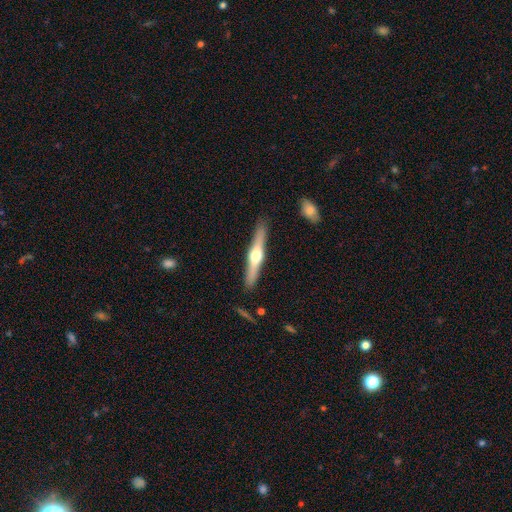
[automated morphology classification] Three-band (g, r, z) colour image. It shows a featured or disk galaxy (67%) viewed edge-on (97%) with a rounded central bulge (94%). Merging: none (89%).